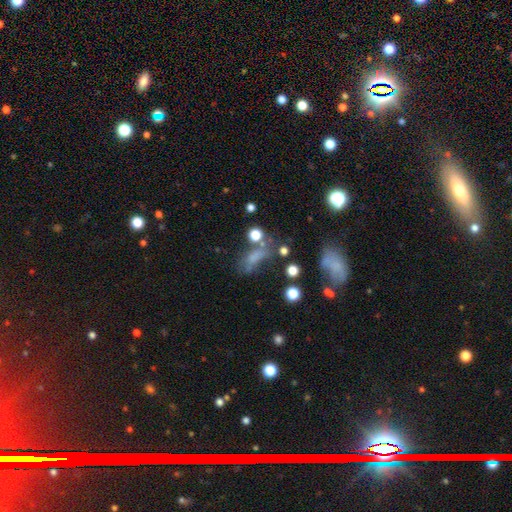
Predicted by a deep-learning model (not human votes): Morphology: type=smooth (53%); roundness=in between (57%); merging=none (40%).